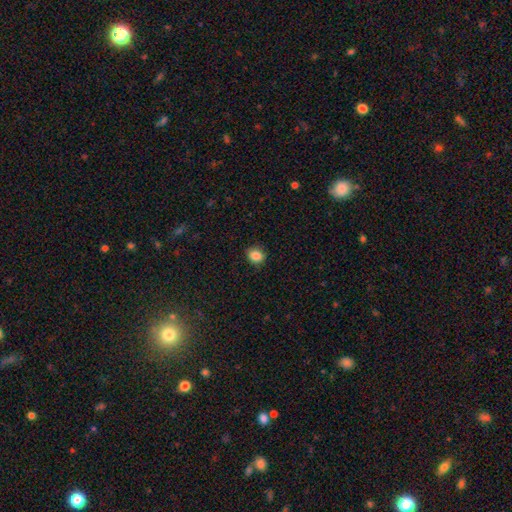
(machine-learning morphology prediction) smooth_or_featured: smooth (p=0.86) [alt: star or artifact p=0.10]
how_rounded: round (p=0.70) [alt: in between p=0.29]
merging: none (p=0.87) [alt: minor disturbance p=0.10]